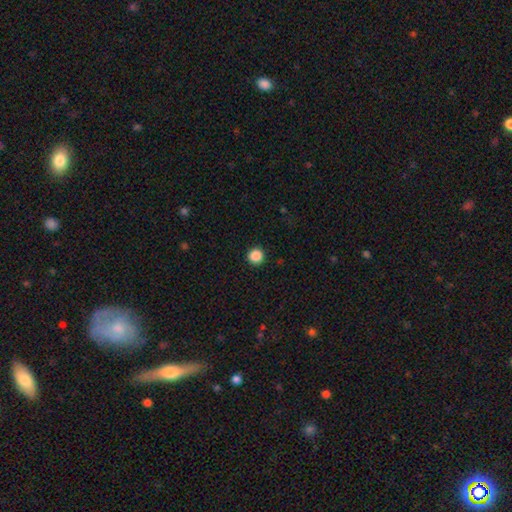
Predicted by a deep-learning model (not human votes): The model was most divided on "smooth or featured": smooth: 87%, star or artifact: 10%, featured or disk: 3%. More confident: how rounded — round (95%); merging — none (93%).